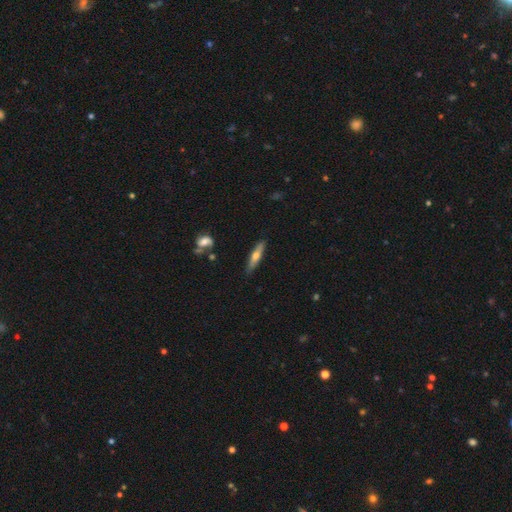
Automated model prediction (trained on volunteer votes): Q: Smooth or featured?
A: smooth (51%); runner-up: featured or disk (43%)
Q: How rounded?
A: cigar-shaped (81%); runner-up: in between (17%)
Q: Merging?
A: none (86%); runner-up: minor disturbance (10%)